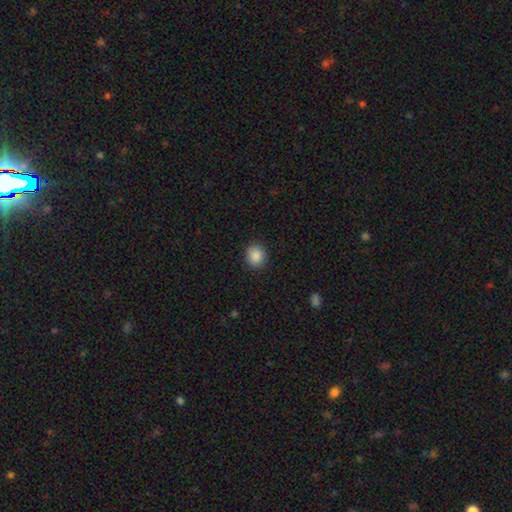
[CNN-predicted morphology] Q: Smooth or featured?
A: smooth (88%); runner-up: star or artifact (9%)
Q: How rounded?
A: round (77%); runner-up: in between (22%)
Q: Merging?
A: none (90%); runner-up: minor disturbance (7%)